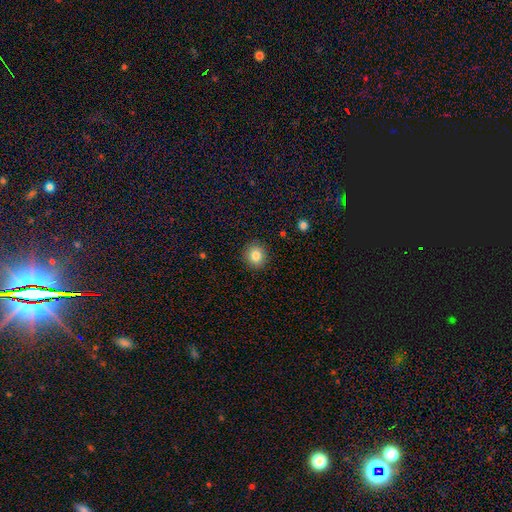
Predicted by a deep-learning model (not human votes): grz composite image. It shows a smooth galaxy with no disk features (84%) that is round (88%). Merging: none (90%).